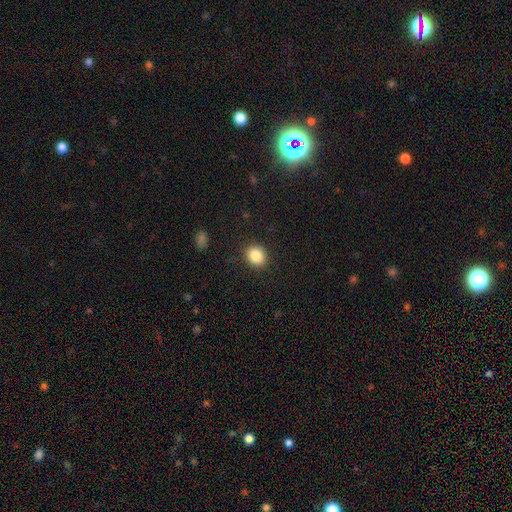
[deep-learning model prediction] Q: Smooth or featured?
A: smooth (86%); runner-up: star or artifact (9%)
Q: How rounded?
A: round (71%); runner-up: in between (28%)
Q: Merging?
A: none (89%); runner-up: minor disturbance (7%)